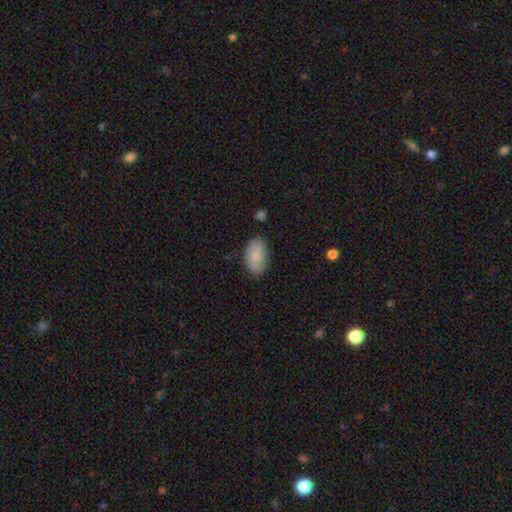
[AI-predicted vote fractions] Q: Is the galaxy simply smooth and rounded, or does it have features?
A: smooth — 84%.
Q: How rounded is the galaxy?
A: in between — 94%.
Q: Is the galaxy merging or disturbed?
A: none — 81%.